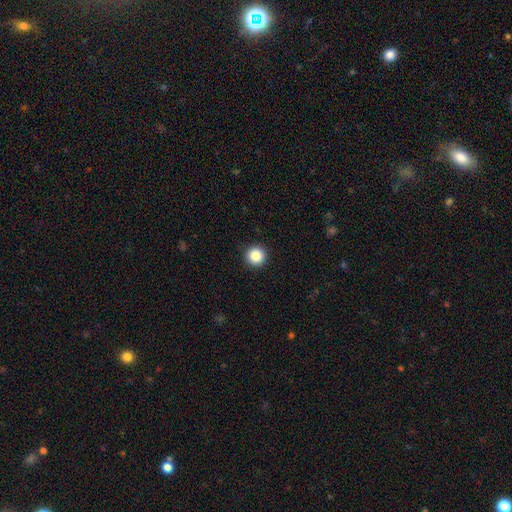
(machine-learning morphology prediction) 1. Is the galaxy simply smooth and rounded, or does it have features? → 87% smooth, 10% star or artifact, 3% featured or disk.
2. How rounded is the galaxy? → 96% round, 3% in between, 1% cigar-shaped.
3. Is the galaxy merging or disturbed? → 92% none, 5% minor disturbance, 2% major disturbance, 1% merger.